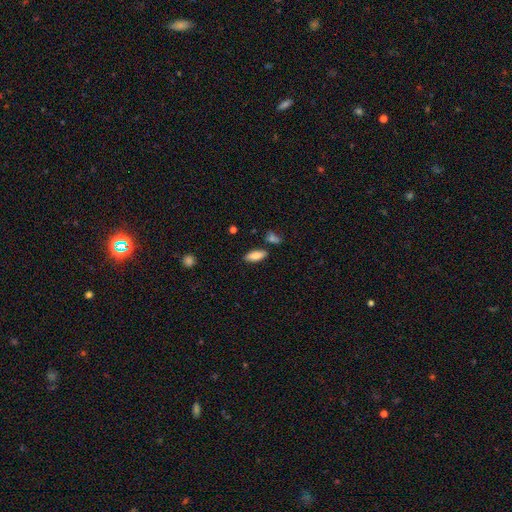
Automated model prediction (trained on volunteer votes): smooth-or-featured: smooth: 83% | featured or disk: 11% | star or artifact: 7%
  how-rounded: in between: 76% | cigar-shaped: 22% | round: 2%
  merging: none: 79% | minor disturbance: 12% | merger: 6% | major disturbance: 3%